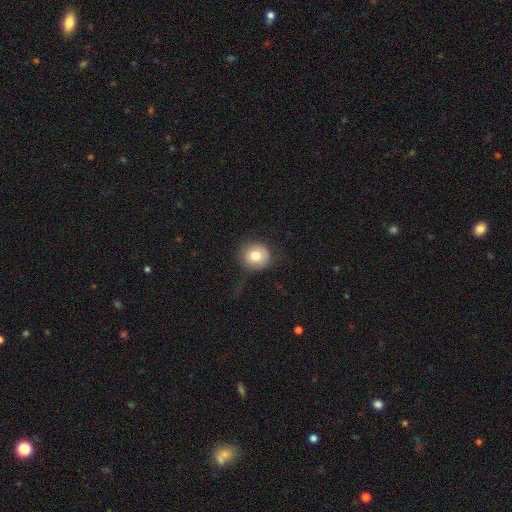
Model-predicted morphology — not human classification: Smooth or featured? Predicted: smooth (p=0.79). How rounded? Predicted: round (p=0.91). Merging? Predicted: none (p=0.71).